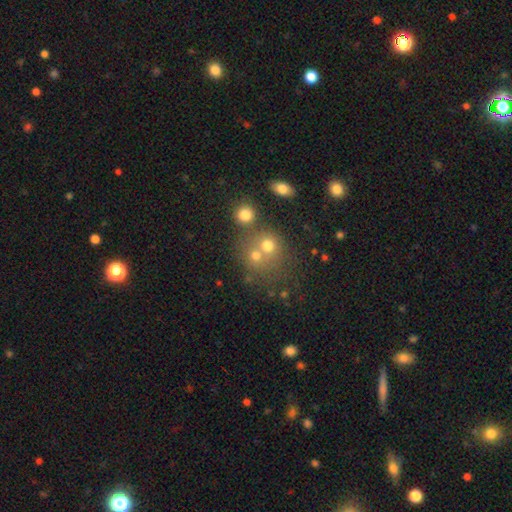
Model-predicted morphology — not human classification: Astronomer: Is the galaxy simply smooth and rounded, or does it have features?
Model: smooth — 68%.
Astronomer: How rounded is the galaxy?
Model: round — 81%.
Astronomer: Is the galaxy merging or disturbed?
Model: none — 47% (runner-up: merger, 40%).